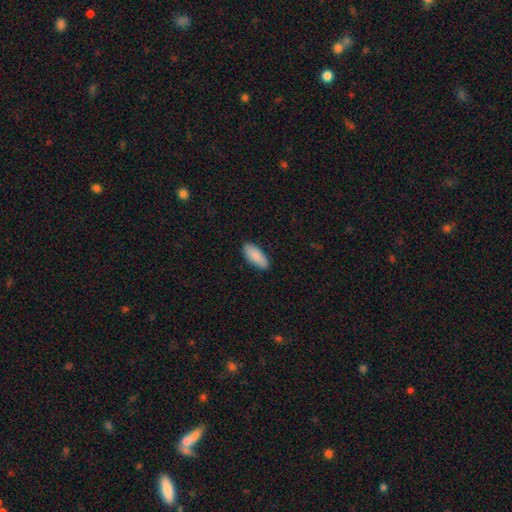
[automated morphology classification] Smooth or featured?
  - smooth: 88% *
  - featured or disk: 7%
  - star or artifact: 6%
How rounded?
  - in between: 84% *
  - cigar-shaped: 14%
  - round: 2%
Merging?
  - none: 88% *
  - minor disturbance: 9%
  - major disturbance: 2%
  - merger: 1%